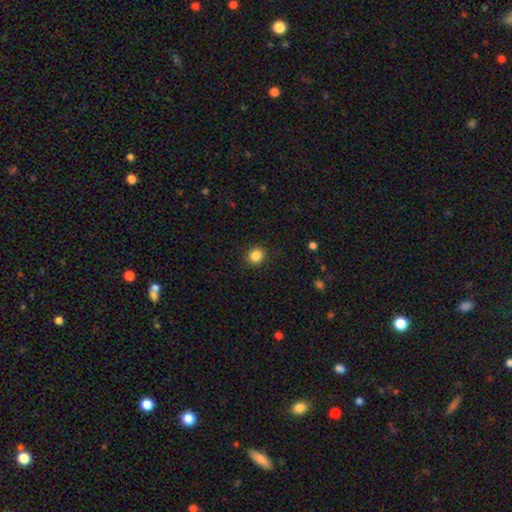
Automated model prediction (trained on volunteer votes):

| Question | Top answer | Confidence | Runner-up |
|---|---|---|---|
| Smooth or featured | smooth | 86% | star or artifact (10%) |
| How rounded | round | 81% | in between (18%) |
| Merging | none | 90% | minor disturbance (7%) |